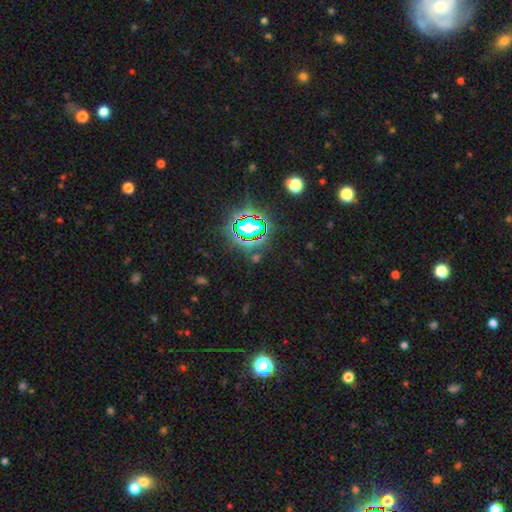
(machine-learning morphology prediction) smooth-or-featured: star or artifact: 75% | smooth: 17% | featured or disk: 8%